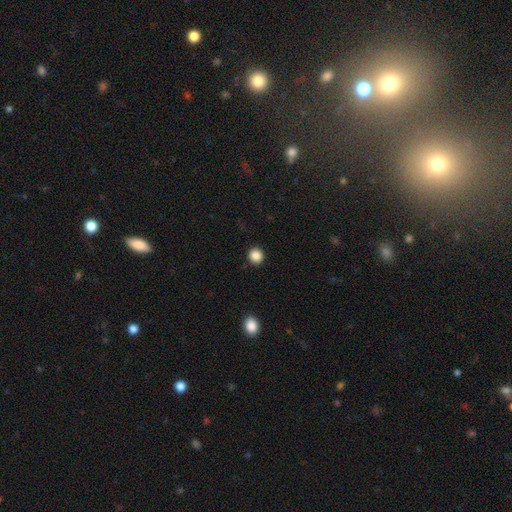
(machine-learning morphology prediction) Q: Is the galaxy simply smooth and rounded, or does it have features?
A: smooth — 87%.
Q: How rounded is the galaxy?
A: round — 89%.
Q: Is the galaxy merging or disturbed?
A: none — 91%.